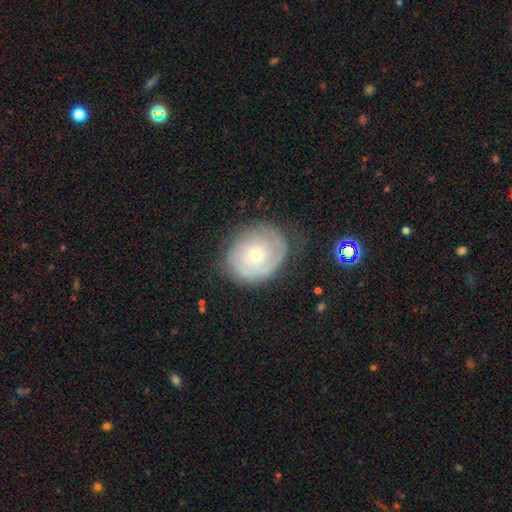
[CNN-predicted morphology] smooth-or-featured: featured or disk: 59% | smooth: 33% | star or artifact: 8%
  disk-edge-on: no: 96% | yes: 4%
    bar: no: 84% | weak: 13% | strong: 3%
    has-spiral-arms: yes: 72% | no: 28%
    bulge-size: small: 62% | moderate: 35% | large: 2% | dominant: 1% | none: 1%
  merging: none: 67% | minor disturbance: 21% | major disturbance: 9% | merger: 2%